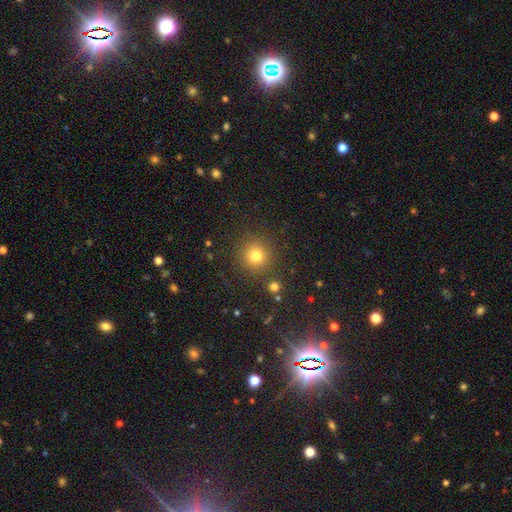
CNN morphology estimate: This appears to be a smooth galaxy with no disk features (79%) that is round (94%). Merging: none (87%).